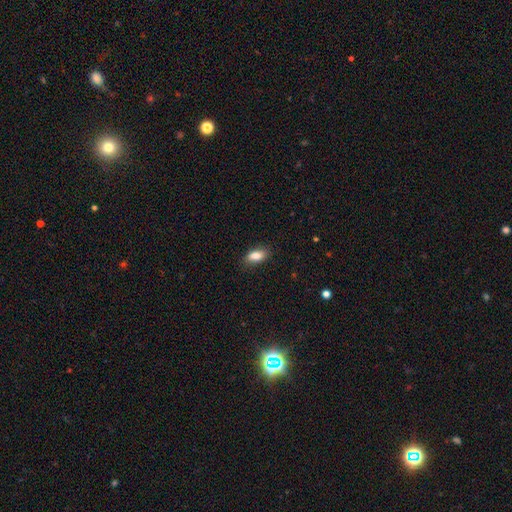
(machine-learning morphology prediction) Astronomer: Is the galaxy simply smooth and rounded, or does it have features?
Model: smooth — 84%.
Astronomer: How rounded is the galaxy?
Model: in between — 87%.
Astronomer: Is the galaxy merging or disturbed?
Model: none — 82%.